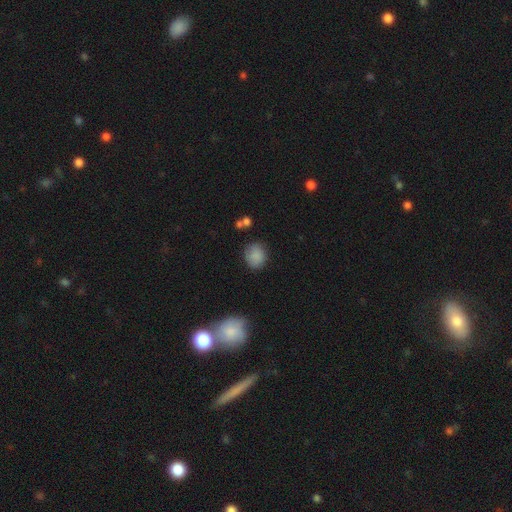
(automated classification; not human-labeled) Overall: smooth (85%). How rounded: round (77%). Merging: none (78%).